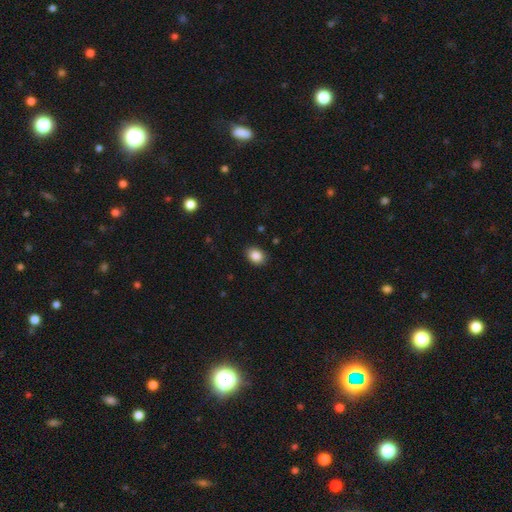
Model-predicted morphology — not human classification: smooth-or-featured: smooth: 87% | star or artifact: 9% | featured or disk: 4%
  how-rounded: in between: 62% | round: 37% | cigar-shaped: 1%
  merging: none: 89% | minor disturbance: 8% | major disturbance: 2% | merger: 1%